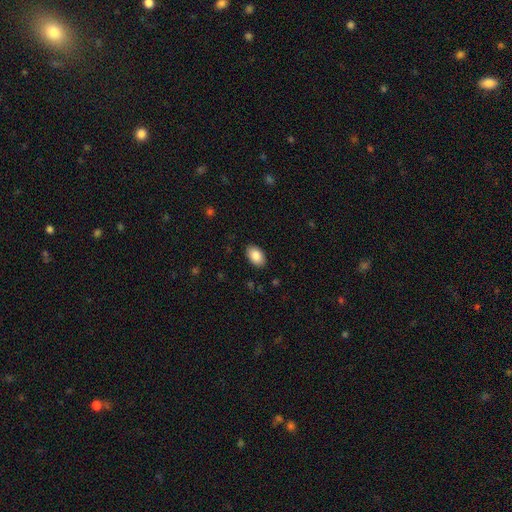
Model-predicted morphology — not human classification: Smooth or featured? smooth (87%)
How rounded? in between (90%)
Merging? none (88%)